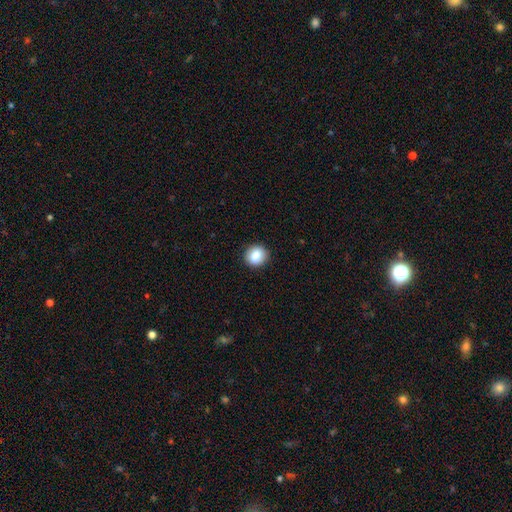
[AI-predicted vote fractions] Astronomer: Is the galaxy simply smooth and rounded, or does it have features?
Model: smooth — 84%.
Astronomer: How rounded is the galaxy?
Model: round — 81%.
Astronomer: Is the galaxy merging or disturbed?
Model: none — 90%.